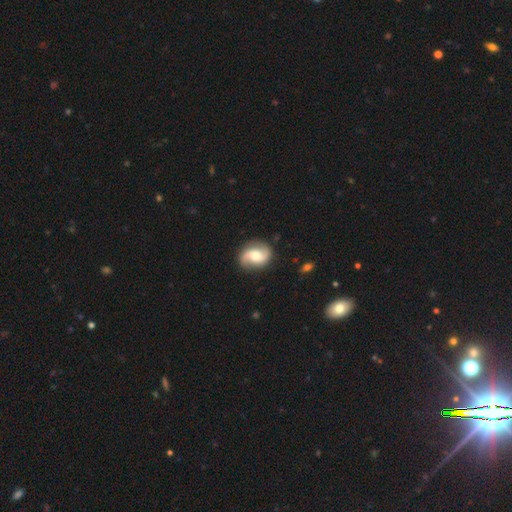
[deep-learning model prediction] Q: Smooth or featured?
A: featured or disk (72%); runner-up: smooth (22%)
Q: Edge-on disk?
A: no (97%); runner-up: yes (3%)
Q: Bar?
A: no (54%); runner-up: weak (35%)
Q: Spiral arms?
A: yes (94%); runner-up: no (6%)
Q: Spiral winding?
A: loose (49%); runner-up: medium (37%)
Q: Spiral arm count?
A: 2 (91%); runner-up: can't tell (3%)
Q: Bulge size?
A: moderate (64%); runner-up: small (23%)
Q: Merging?
A: none (83%); runner-up: minor disturbance (12%)